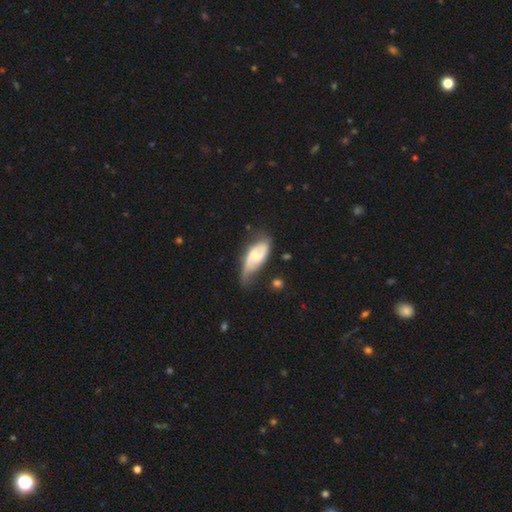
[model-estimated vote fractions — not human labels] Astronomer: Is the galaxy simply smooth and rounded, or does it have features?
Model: featured or disk — 56% (runner-up: smooth, 38%).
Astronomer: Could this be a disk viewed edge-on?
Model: no — 90%.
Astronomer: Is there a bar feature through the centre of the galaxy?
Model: no — 47% (runner-up: weak, 41%).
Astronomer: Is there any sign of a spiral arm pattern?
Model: yes — 78%.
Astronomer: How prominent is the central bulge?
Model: moderate — 41%, tied with small at 41%.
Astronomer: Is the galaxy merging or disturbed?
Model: minor disturbance — 40% (runner-up: none, 30%).